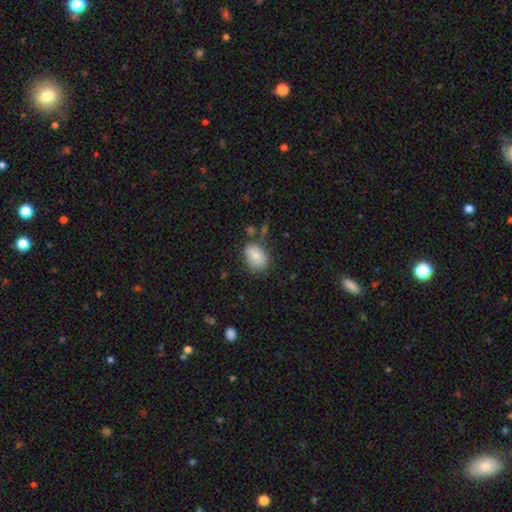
Smooth or featured?
  - smooth: 89% *
  - featured or disk: 5%
  - star or artifact: 5%
How rounded?
  - in between: 73% *
  - round: 27%
  - cigar-shaped: 0%
Merging?
  - none: 54% *
  - minor disturbance: 34%
  - major disturbance: 6%
  - merger: 6%